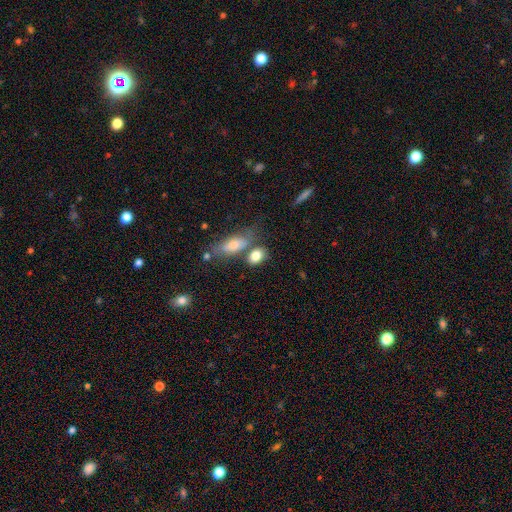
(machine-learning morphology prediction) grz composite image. It shows a smooth galaxy with no disk features (82%) that is in between round and cigar-shaped (78%). Merging: none (53%).